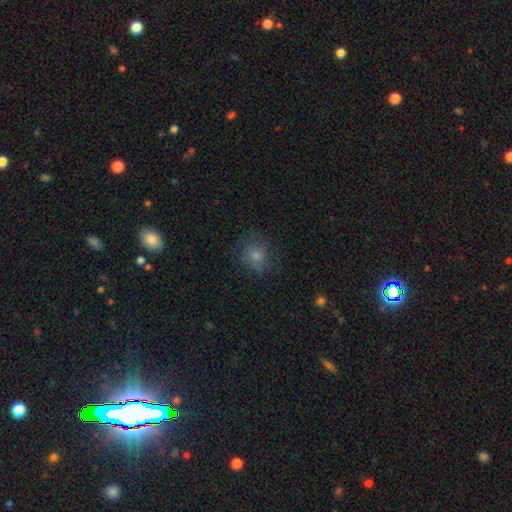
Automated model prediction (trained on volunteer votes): Overall: smooth (58%; featured or disk 23%). How rounded: round (69%). Merging: none (70%).